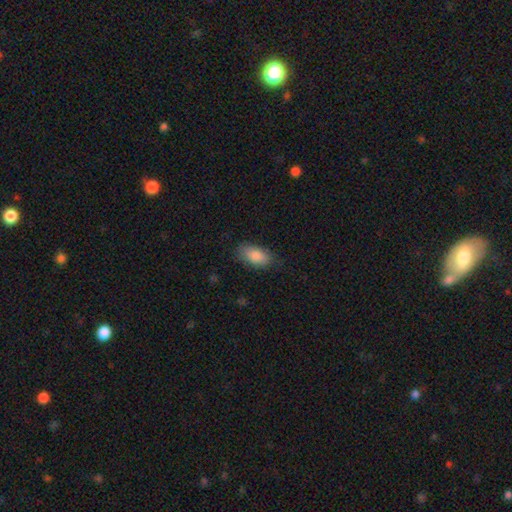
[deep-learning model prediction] The model was most divided on "merging": none: 78%, minor disturbance: 17%, major disturbance: 4%, merger: 1%. More confident: how rounded — in between (92%); smooth or featured — smooth (85%).